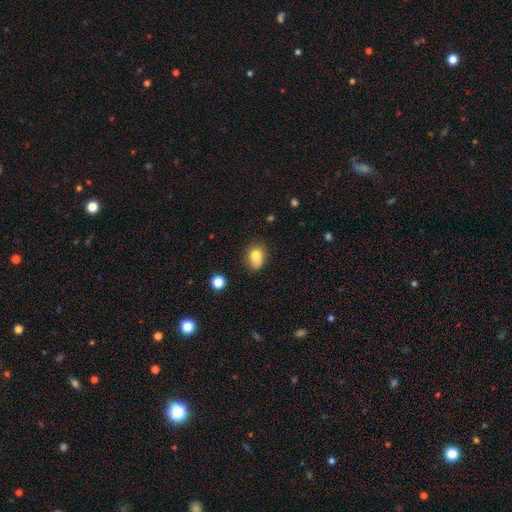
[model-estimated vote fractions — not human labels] smooth_or_featured: smooth (p=0.78) [alt: featured or disk p=0.11]
how_rounded: in between (p=0.66) [alt: round p=0.33]
merging: none (p=0.60) [alt: minor disturbance p=0.28]